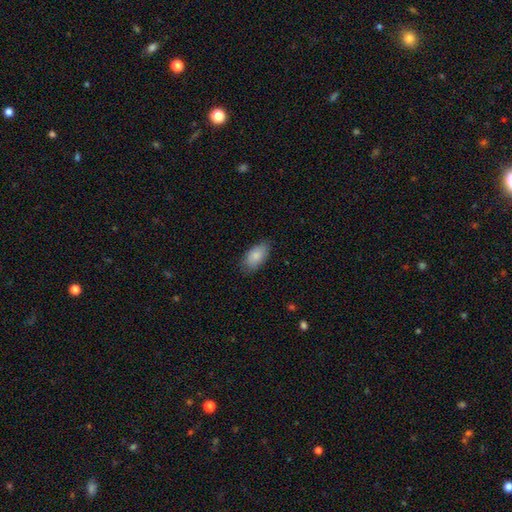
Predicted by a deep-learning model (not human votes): Q: Smooth or featured?
A: smooth (85%); runner-up: featured or disk (9%)
Q: How rounded?
A: in between (93%); runner-up: round (3%)
Q: Merging?
A: none (80%); runner-up: minor disturbance (16%)